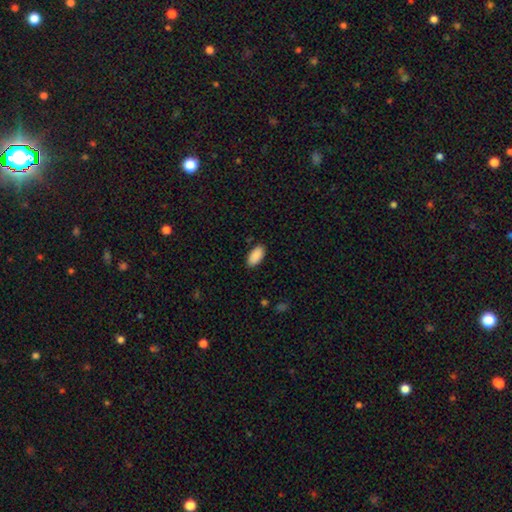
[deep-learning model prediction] smooth_or_featured: smooth (p=0.90) [alt: star or artifact p=0.06]
how_rounded: in between (p=0.94) [alt: cigar-shaped p=0.04]
merging: none (p=0.88) [alt: minor disturbance p=0.09]